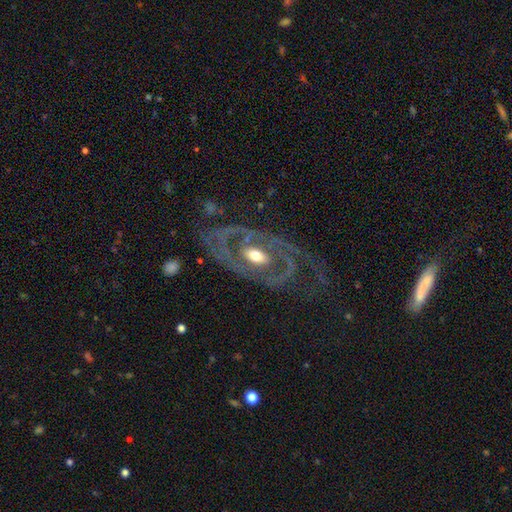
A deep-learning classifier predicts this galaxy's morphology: A featured or disk galaxy (84%) with no bar (58%), 2 (53%) tight (44%) spiral arms (74%) and a moderate central bulge (69%).

Vote fractions:
- Smooth or featured? featured or disk: 84% / smooth: 11% / star or artifact: 5%
- Edge-on disk? no: 94% / yes: 6%
- Bar? no: 58% / weak: 27% / strong: 15%
- Spiral arms? yes: 74% / no: 26%
- Spiral winding? tight: 44% / medium: 36% / loose: 20%
- Spiral arm count? 2: 53% / can't tell: 20% / 1: 12% / 3: 7% / 4: 4% / more than 4: 4%
- Bulge size? moderate: 69% / small: 16% / large: 12% / dominant: 2% / none: 1%
- Merging? none: 62% / major disturbance: 18% / minor disturbance: 17% / merger: 3%